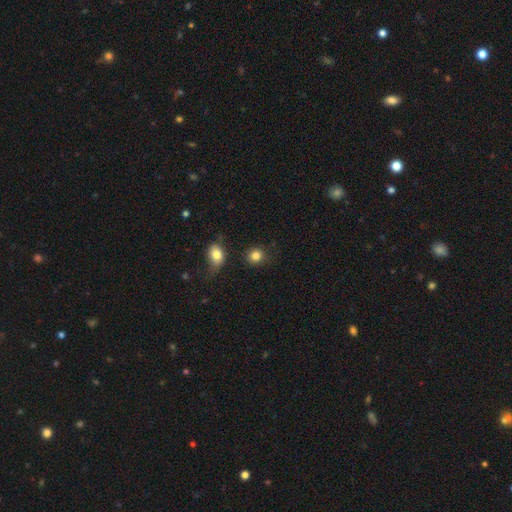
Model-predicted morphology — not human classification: type=smooth (84%); roundness=round (82%); merging=none (80%).